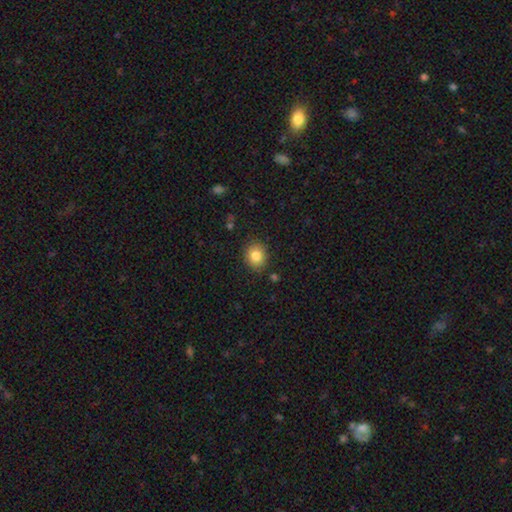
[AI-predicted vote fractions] A smooth galaxy with no disk features (83%) that is round (64%). Merging: none (87%).